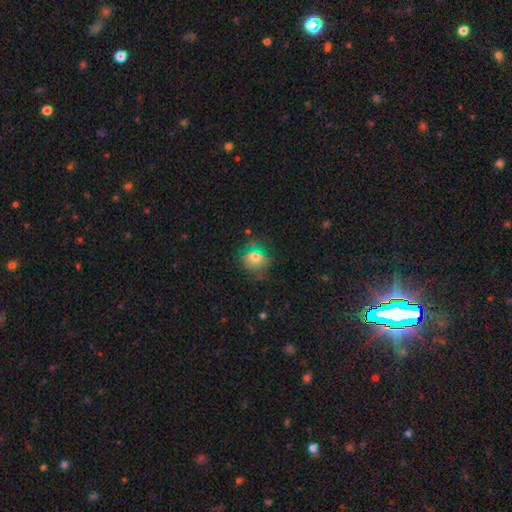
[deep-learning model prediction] Smooth or featured? Predicted: smooth (p=0.66). How rounded? Predicted: round (p=0.76). Merging? Predicted: none (p=0.71).